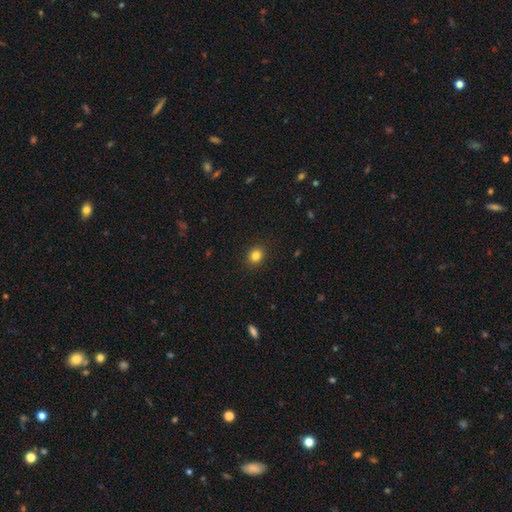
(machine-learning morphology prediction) A smooth galaxy with no disk features (83%) that is round (75%).

Vote fractions:
- Smooth or featured? smooth: 83% / star or artifact: 12% / featured or disk: 5%
- How rounded? round: 75% / in between: 24% / cigar-shaped: 1%
- Merging? none: 91% / minor disturbance: 6% / major disturbance: 2% / merger: 1%